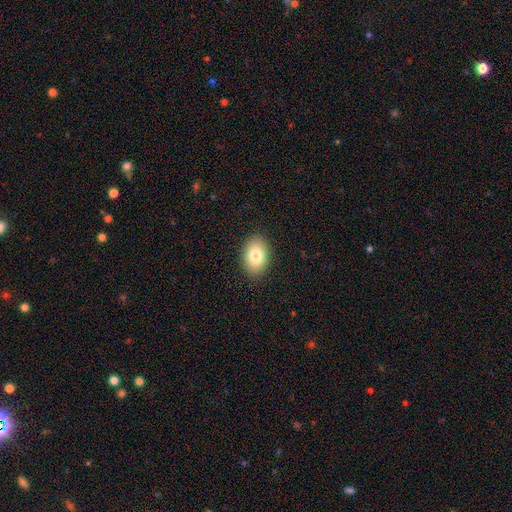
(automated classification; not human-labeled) A smooth galaxy with no disk features (82%) that is in between round and cigar-shaped (85%).

Vote fractions:
- Smooth or featured? smooth: 82% / featured or disk: 10% / star or artifact: 8%
- How rounded? in between: 85% / round: 14% / cigar-shaped: 1%
- Merging? none: 88% / minor disturbance: 9% / major disturbance: 2% / merger: 1%